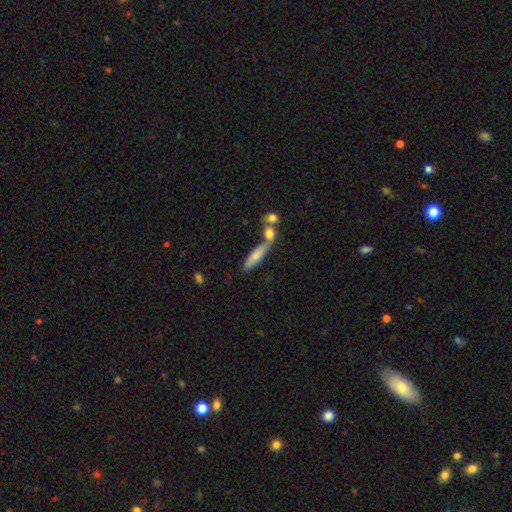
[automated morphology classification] A smooth galaxy with no disk features (72%) that is cigar-shaped (73%). Merging: none (47%).